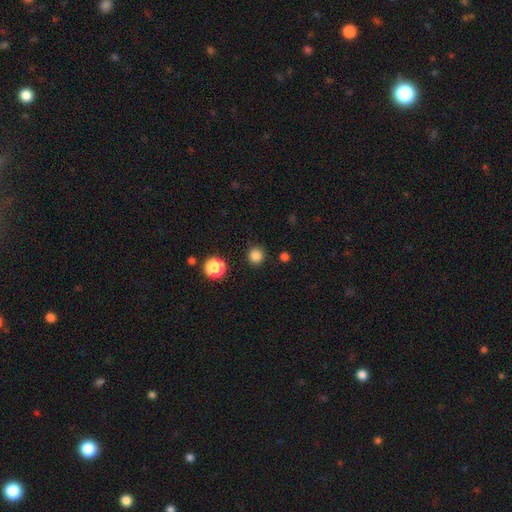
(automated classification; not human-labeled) Smooth or featured: smooth — 83% (star or artifact — 14%)
How rounded: round — 94% (in between — 5%)
Merging: none — 90% (minor disturbance — 6%)